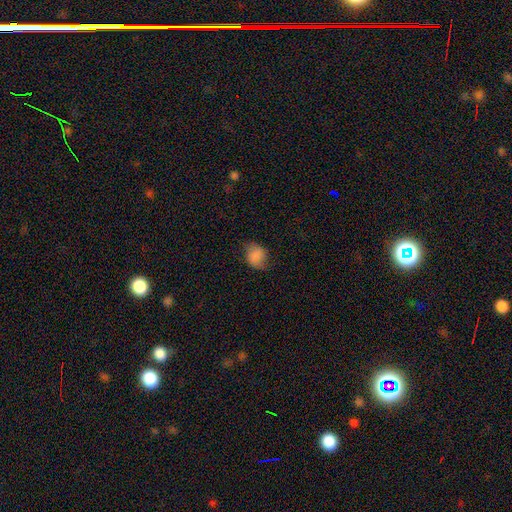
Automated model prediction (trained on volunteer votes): Smooth or featured: smooth — 82% (featured or disk — 9%)
How rounded: in between — 51% (round — 48%)
Merging: none — 69% (minor disturbance — 23%)